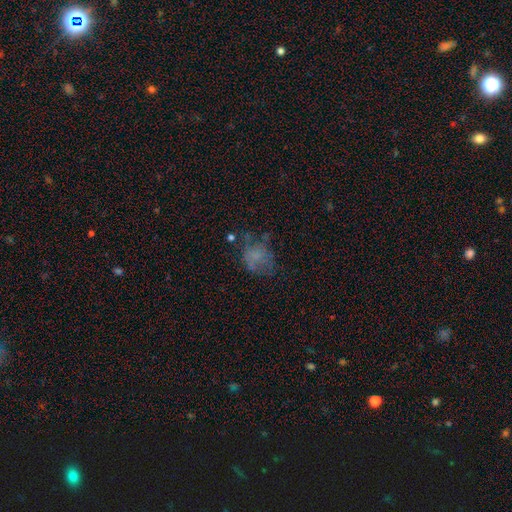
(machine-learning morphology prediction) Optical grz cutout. It shows a smooth galaxy with no disk features (57%) that is round (51%). Merging: none (46%).